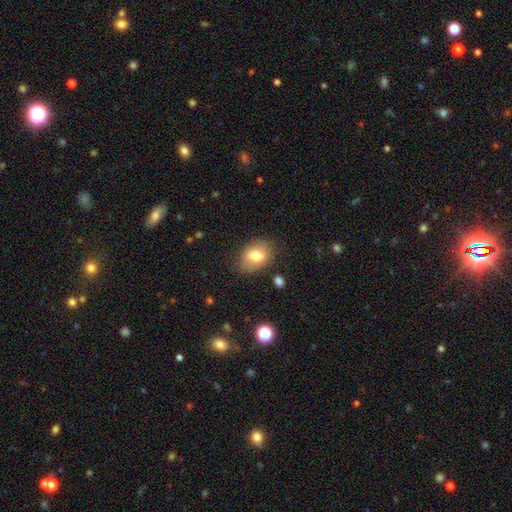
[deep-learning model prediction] Smooth or featured? smooth (75%)
How rounded? in between (73%)
Merging? none (80%)